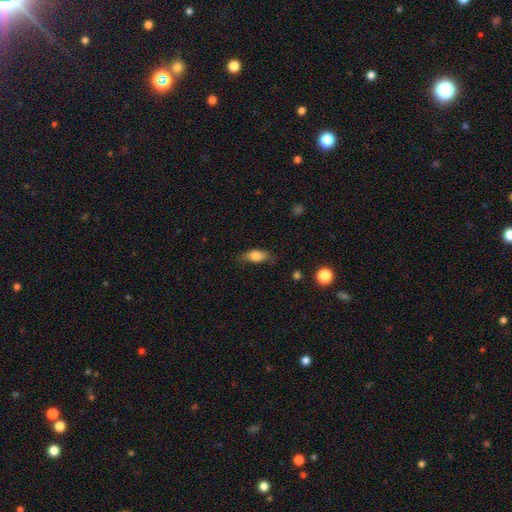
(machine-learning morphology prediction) Q: Smooth or featured?
A: smooth (77%); runner-up: featured or disk (15%)
Q: How rounded?
A: in between (79%); runner-up: cigar-shaped (16%)
Q: Merging?
A: none (71%); runner-up: minor disturbance (22%)